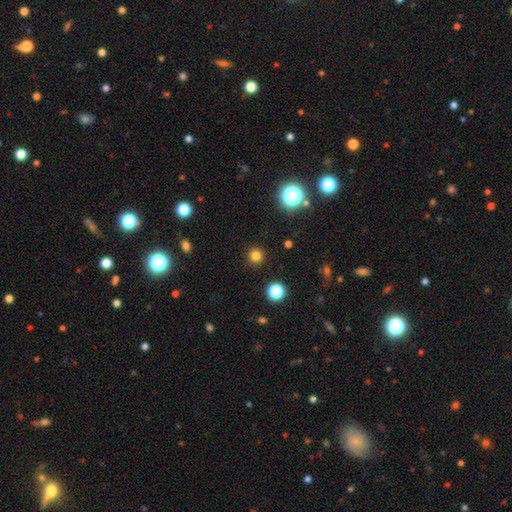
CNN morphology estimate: Smooth or featured? smooth (79%)
How rounded? round (94%)
Merging? none (91%)